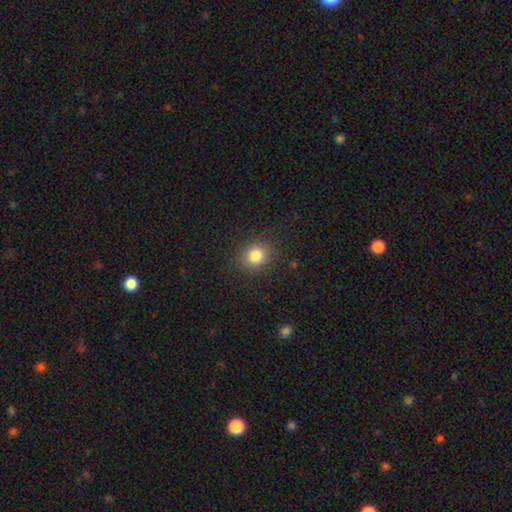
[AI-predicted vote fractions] Smooth or featured: smooth — 83% (star or artifact — 12%)
How rounded: round — 77% (in between — 22%)
Merging: none — 87% (minor disturbance — 9%)